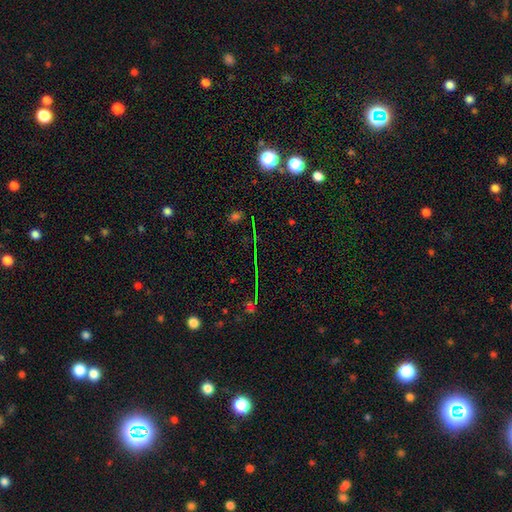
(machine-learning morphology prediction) smooth-or-featured: star or artifact: 70% | smooth: 16% | featured or disk: 13%